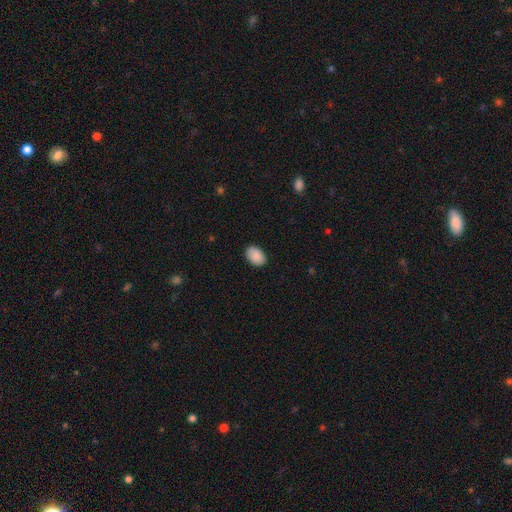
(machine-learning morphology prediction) Smooth or featured?
  - smooth: 90% *
  - star or artifact: 7%
  - featured or disk: 3%
How rounded?
  - in between: 85% *
  - round: 14%
  - cigar-shaped: 1%
Merging?
  - none: 88% *
  - minor disturbance: 10%
  - major disturbance: 2%
  - merger: 1%